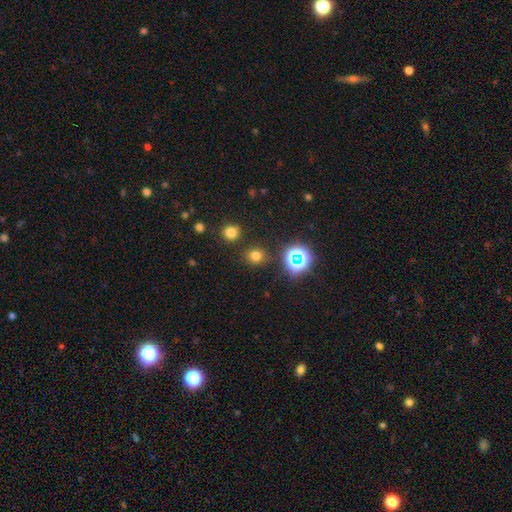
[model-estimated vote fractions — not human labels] A smooth galaxy with no disk features (69%) that is round (83%). Merging: none (85%).